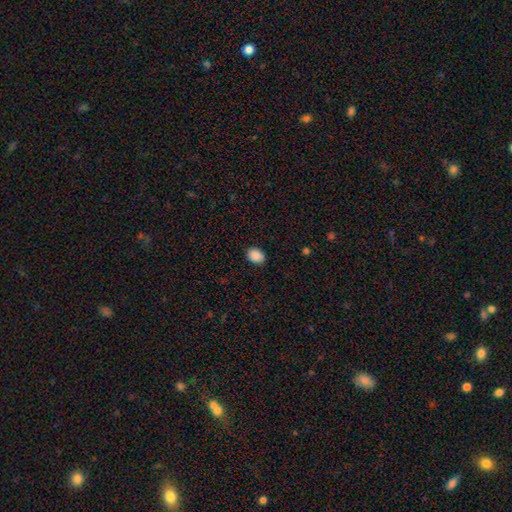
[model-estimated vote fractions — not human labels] This is clearly a smooth galaxy (89%). How rounded: likely in between (60%). Merging: clearly none (89%).